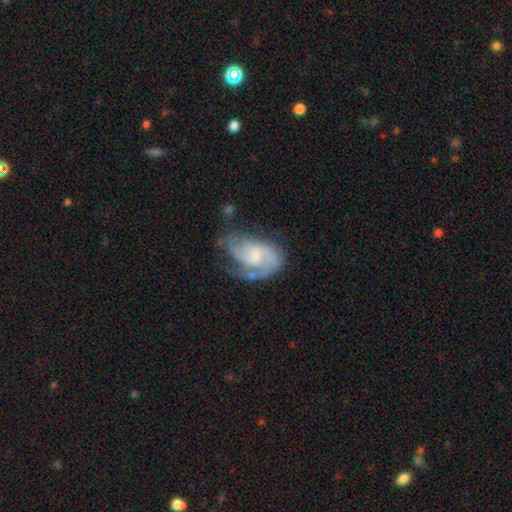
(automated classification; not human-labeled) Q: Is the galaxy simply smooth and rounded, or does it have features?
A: featured or disk — 81%.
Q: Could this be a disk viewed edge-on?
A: no — 97%.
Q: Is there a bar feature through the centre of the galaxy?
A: no — 55%.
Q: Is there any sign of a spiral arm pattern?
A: yes — 95%.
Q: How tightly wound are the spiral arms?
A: medium — 48%.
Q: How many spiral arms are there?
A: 2 — 59%.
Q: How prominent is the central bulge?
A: small — 45%.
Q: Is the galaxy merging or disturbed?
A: none — 48%.